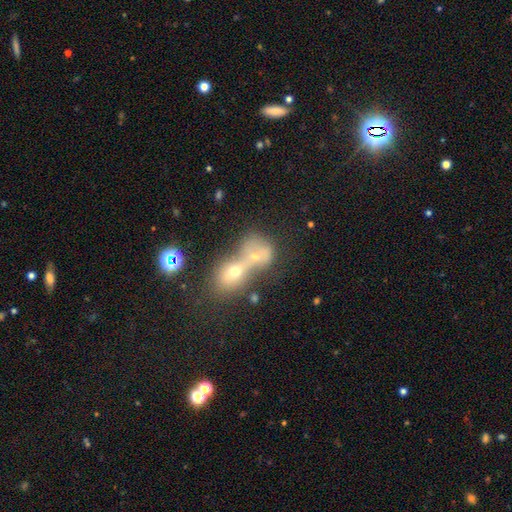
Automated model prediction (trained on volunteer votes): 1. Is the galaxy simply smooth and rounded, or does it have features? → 57% smooth, 25% featured or disk, 17% star or artifact.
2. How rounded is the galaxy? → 55% round, 43% in between, 2% cigar-shaped.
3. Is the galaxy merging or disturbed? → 78% merger, 13% none, 4% major disturbance, 4% minor disturbance.